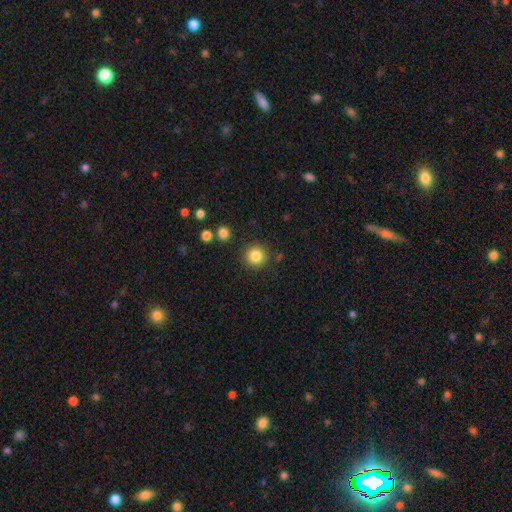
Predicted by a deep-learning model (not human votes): This is clearly a smooth galaxy (84%). How rounded: clearly round (93%). Merging: clearly none (87%).